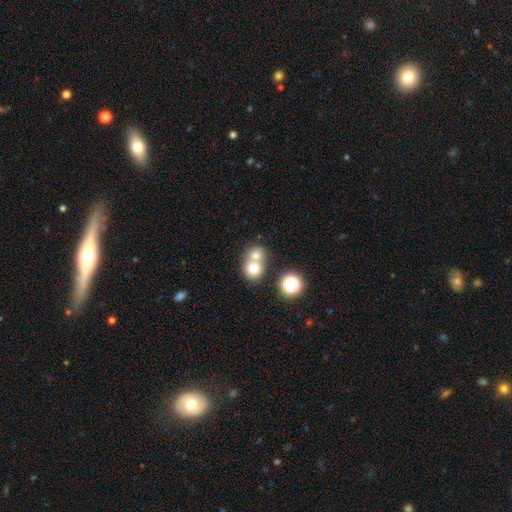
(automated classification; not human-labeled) This appears to be a smooth galaxy with no disk features (72%) that is round (76%). Merging: merger (62%).